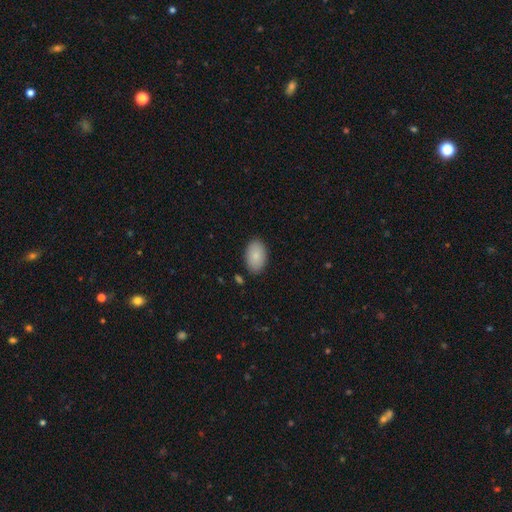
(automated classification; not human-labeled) This is clearly a smooth galaxy (86%). How rounded: clearly in between (92%). Merging: clearly none (88%).